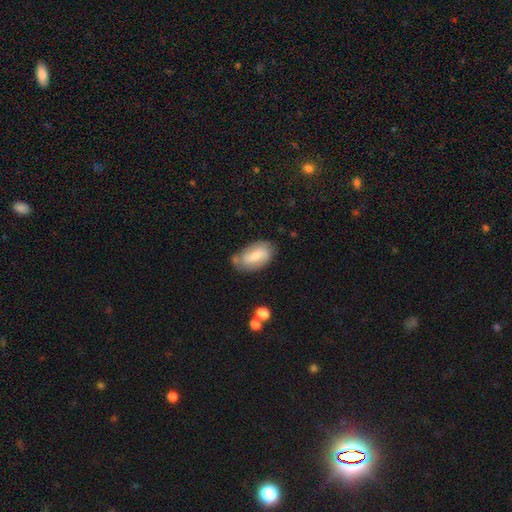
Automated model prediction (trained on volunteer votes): This appears to be a smooth galaxy with no disk features (49%). Merging: none (65%).